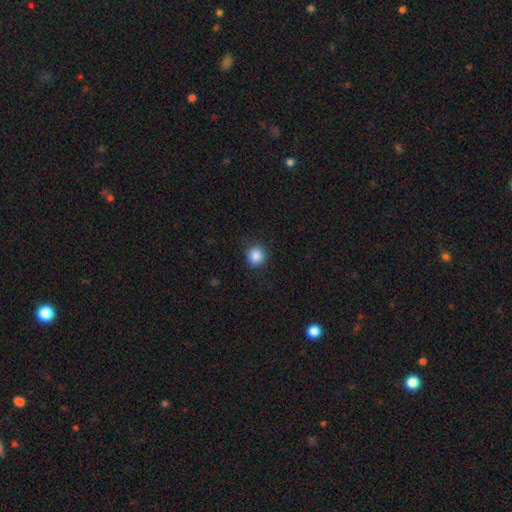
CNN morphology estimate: A smooth galaxy with no disk features (88%) that is round (90%).

Vote fractions:
- Smooth or featured? smooth: 88% / star or artifact: 9% / featured or disk: 3%
- How rounded? round: 90% / in between: 10% / cigar-shaped: 1%
- Merging? none: 88% / minor disturbance: 9% / major disturbance: 3% / merger: 1%